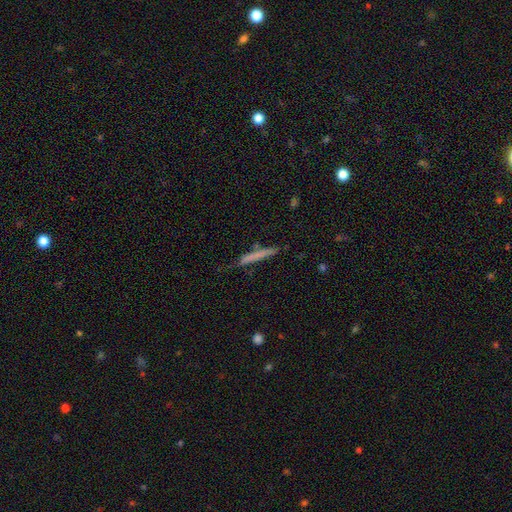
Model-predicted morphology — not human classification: Smooth or featured? smooth (63%)
How rounded? cigar-shaped (96%)
Merging? none (74%)